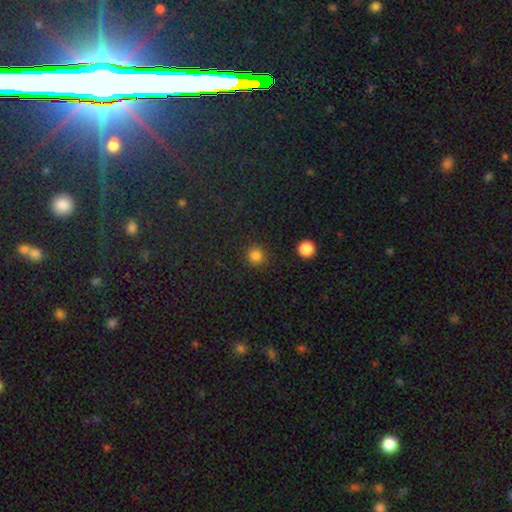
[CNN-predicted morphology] Smooth or featured? Predicted: smooth (p=0.83). How rounded? Predicted: round (p=0.93). Merging? Predicted: none (p=0.91).